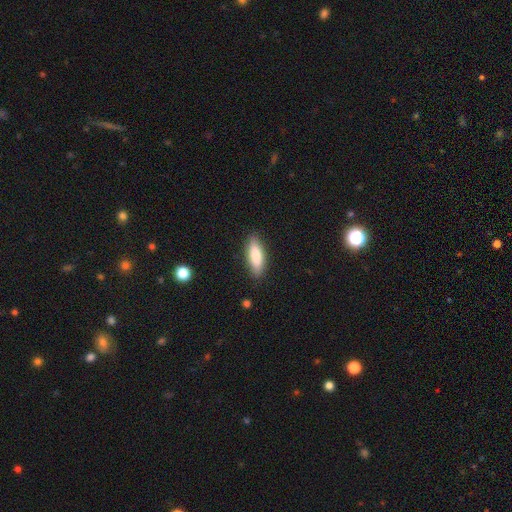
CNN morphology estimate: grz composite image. It shows a smooth galaxy with no disk features (80%) that is in between round and cigar-shaped (54%). Merging: none (86%).